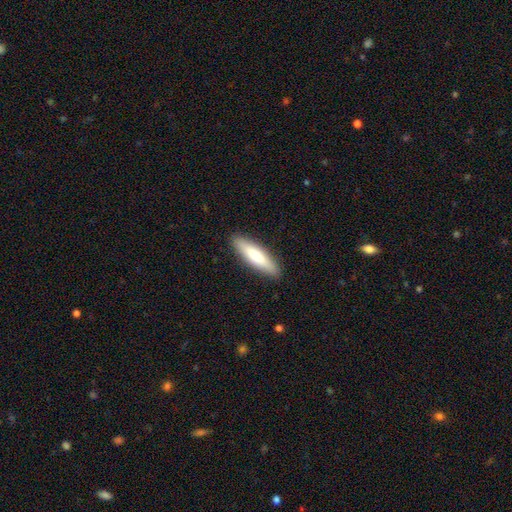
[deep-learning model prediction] Morphology: type=smooth (76%); roundness=cigar-shaped (72%); merging=none (90%).